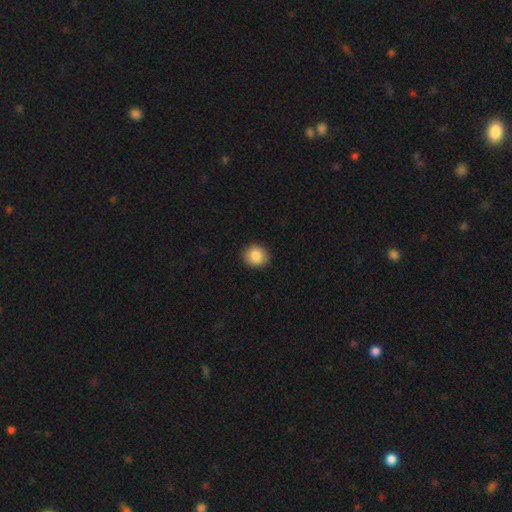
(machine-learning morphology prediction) A smooth galaxy with no disk features (86%) that is round (83%).

Vote fractions:
- Smooth or featured? smooth: 86% / star or artifact: 8% / featured or disk: 6%
- How rounded? round: 83% / in between: 16% / cigar-shaped: 1%
- Merging? none: 91% / minor disturbance: 6% / major disturbance: 2% / merger: 1%